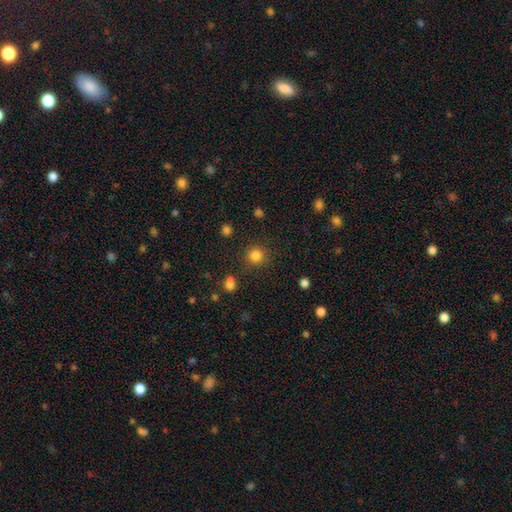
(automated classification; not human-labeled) The model was most divided on "smooth or featured": smooth: 83%, star or artifact: 13%, featured or disk: 4%. More confident: how rounded — round (92%); merging — none (86%).